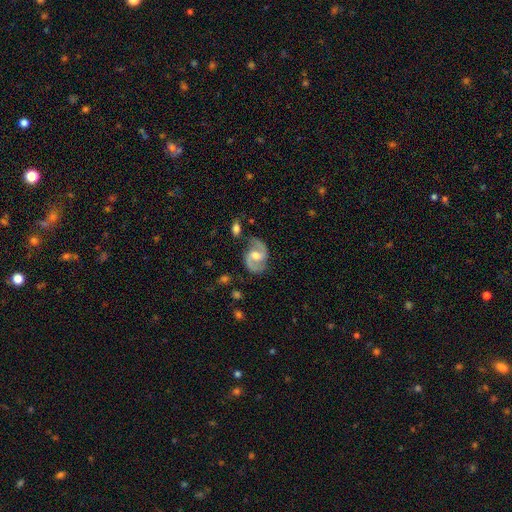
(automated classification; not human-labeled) Smooth or featured? featured or disk (87%)
Edge-on disk? no (98%)
Bar? weak (50%)
Spiral arms? yes (96%)
Spiral winding? medium (58%)
Spiral arm count? 2 (93%)
Bulge size? moderate (71%)
Merging? none (76%)